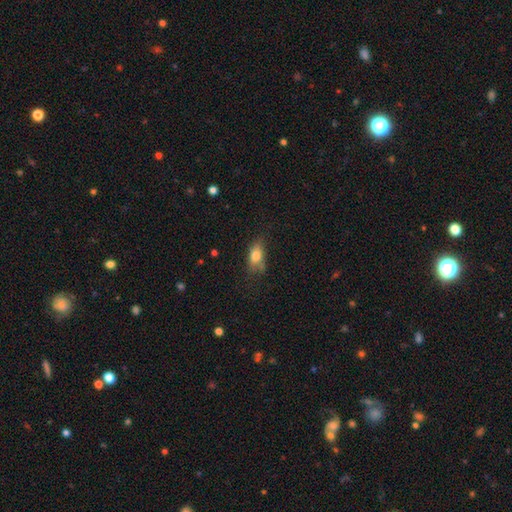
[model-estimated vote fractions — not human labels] A smooth galaxy with no disk features (79%) that is in between round and cigar-shaped (84%). Merging: none (57%).